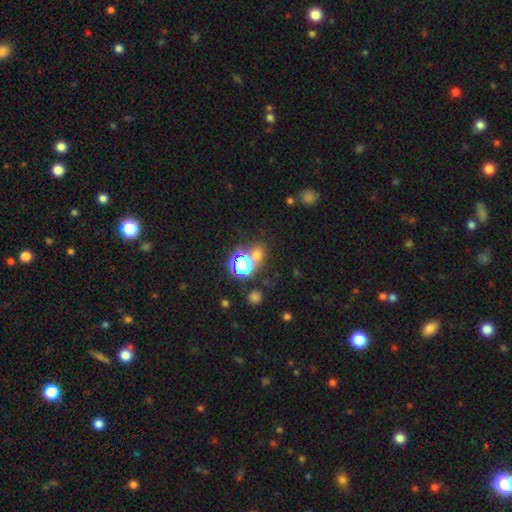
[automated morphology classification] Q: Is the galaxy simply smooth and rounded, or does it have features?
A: smooth — 54%.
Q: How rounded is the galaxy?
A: round — 74%.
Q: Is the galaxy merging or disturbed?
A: none — 56%.